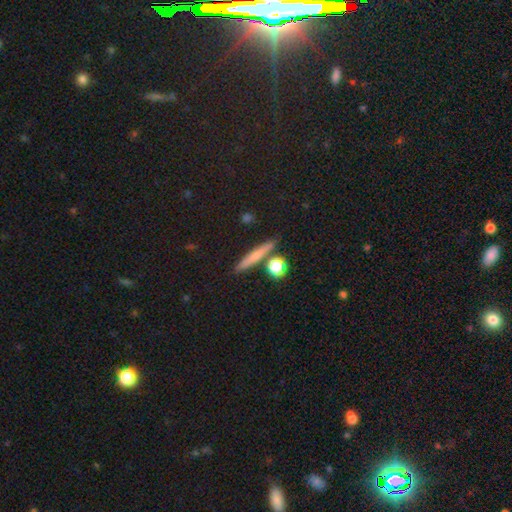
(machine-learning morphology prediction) type=smooth (65%); roundness=cigar-shaped (75%); merging=none (81%).